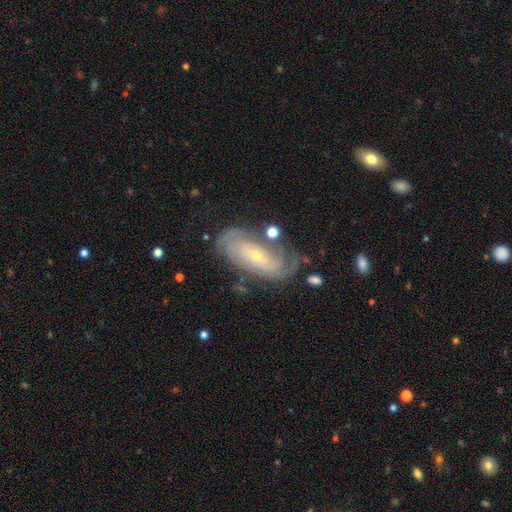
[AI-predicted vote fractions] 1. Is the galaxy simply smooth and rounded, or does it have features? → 85% featured or disk, 9% smooth, 6% star or artifact.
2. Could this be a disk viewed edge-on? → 93% no, 7% yes.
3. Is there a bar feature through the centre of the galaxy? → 61% no, 27% weak, 12% strong.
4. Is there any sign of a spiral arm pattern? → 95% yes, 5% no.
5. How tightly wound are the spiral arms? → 71% tight, 23% medium, 6% loose.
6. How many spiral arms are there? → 35% can't tell, 33% 2, 14% 3, 8% 4, 5% more than 4, 5% 1.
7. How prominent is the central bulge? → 73% small, 24% moderate, 1% large, 1% none, 1% dominant.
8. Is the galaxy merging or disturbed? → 69% none, 19% minor disturbance, 9% major disturbance, 4% merger.